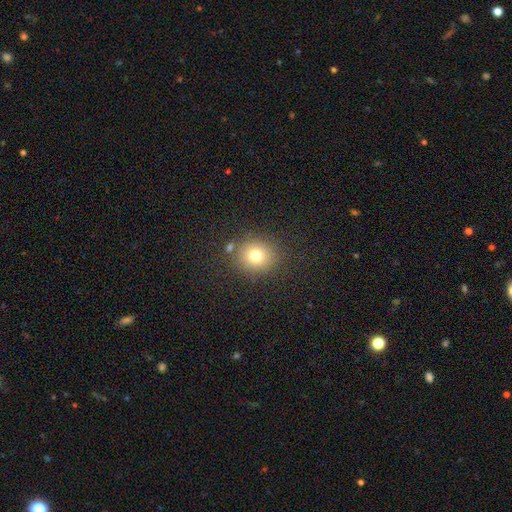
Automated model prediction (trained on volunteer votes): smooth-or-featured: smooth: 77% | star or artifact: 14% | featured or disk: 9%
  how-rounded: round: 85% | in between: 14% | cigar-shaped: 1%
  merging: none: 82% | minor disturbance: 9% | merger: 5% | major disturbance: 4%